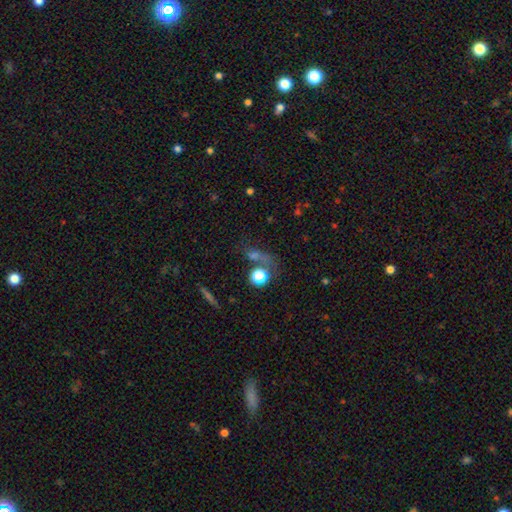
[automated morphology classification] type=smooth (47%); merging=none (52%).